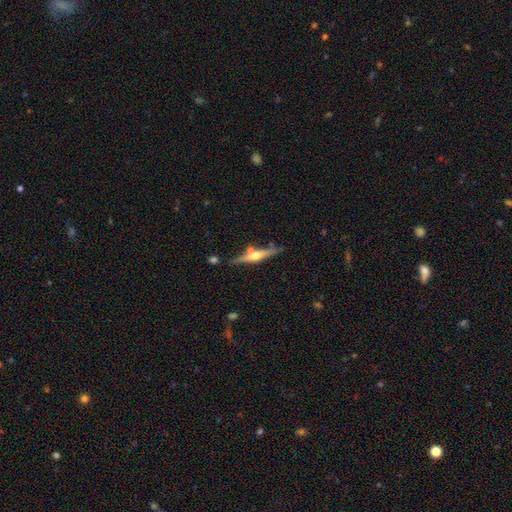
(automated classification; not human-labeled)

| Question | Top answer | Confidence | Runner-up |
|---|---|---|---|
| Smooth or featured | featured or disk | 73% | smooth (21%) |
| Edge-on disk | yes | 97% | no (3%) |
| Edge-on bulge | rounded | 93% | boxy (4%) |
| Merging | none | 77% | minor disturbance (12%) |